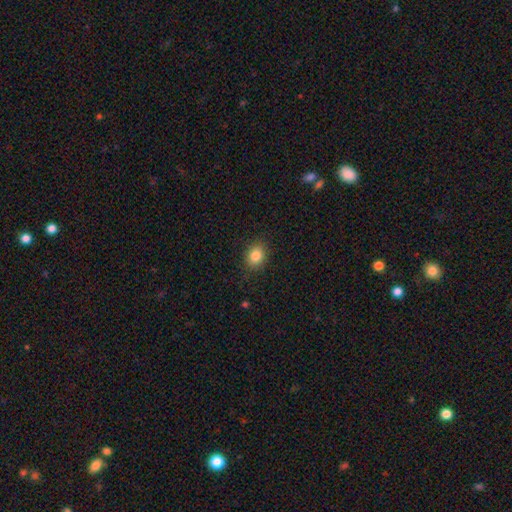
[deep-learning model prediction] A smooth galaxy with no disk features (84%) that is in between round and cigar-shaped (52%). Merging: none (88%).